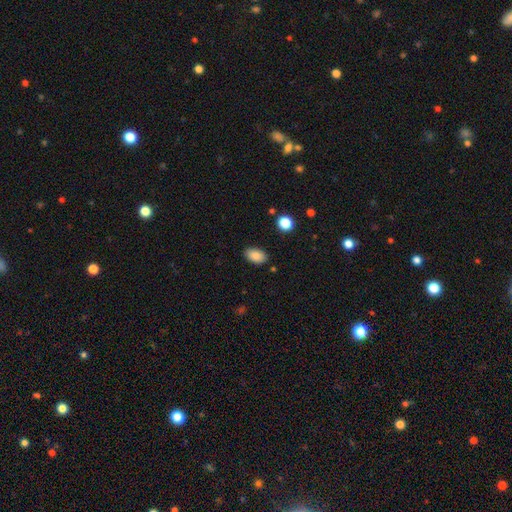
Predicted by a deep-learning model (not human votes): smooth-or-featured: smooth: 87% | star or artifact: 8% | featured or disk: 5%
  how-rounded: in between: 91% | round: 7% | cigar-shaped: 1%
  merging: none: 86% | minor disturbance: 10% | major disturbance: 2% | merger: 2%